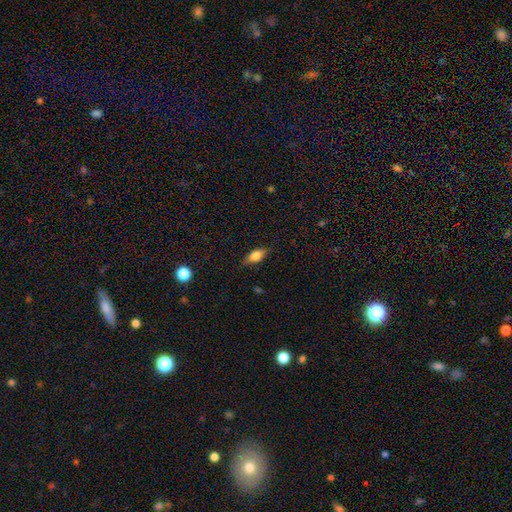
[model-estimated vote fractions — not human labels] Smooth or featured?
  - smooth: 77% *
  - featured or disk: 15%
  - star or artifact: 8%
How rounded?
  - in between: 82% *
  - cigar-shaped: 14%
  - round: 4%
Merging?
  - none: 80% *
  - minor disturbance: 16%
  - major disturbance: 3%
  - merger: 1%